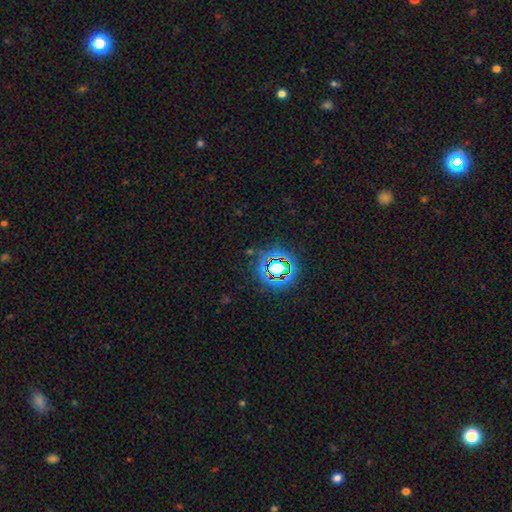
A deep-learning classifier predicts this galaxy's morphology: The model was most divided on "smooth or featured": star or artifact: 78%, smooth: 13%, featured or disk: 9%.